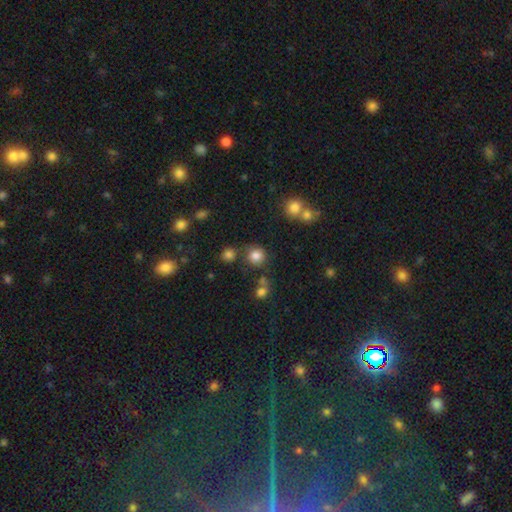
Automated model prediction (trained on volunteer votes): Overall: smooth (80%). How rounded: round (90%). Merging: none (74%).